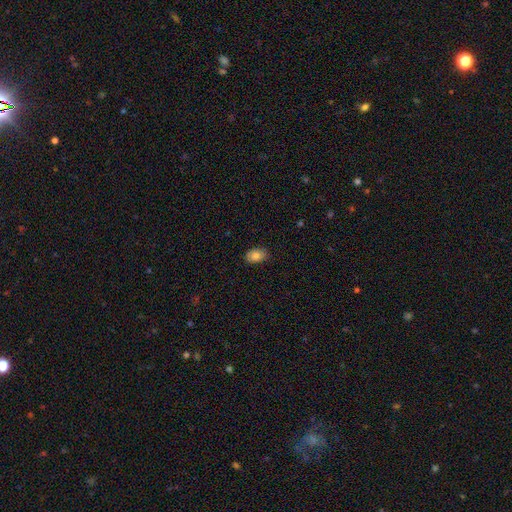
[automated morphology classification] smooth-or-featured: smooth: 84% | featured or disk: 9% | star or artifact: 8%
  how-rounded: in between: 87% | round: 12% | cigar-shaped: 1%
  merging: none: 85% | minor disturbance: 12% | major disturbance: 2% | merger: 1%